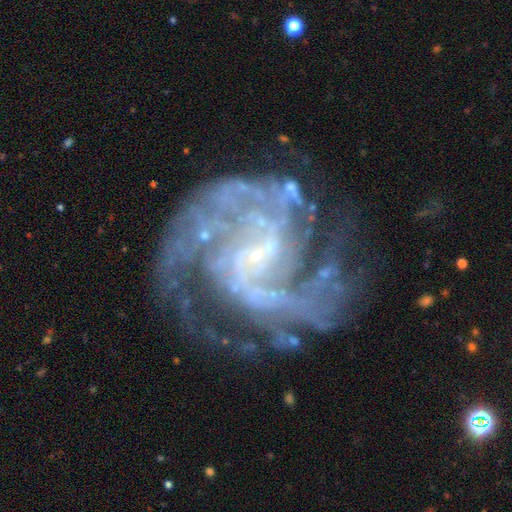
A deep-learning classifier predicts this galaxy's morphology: featured or disk 90%, star or artifact 7%, smooth 4%. Down the decision tree: edge-on disk — no (98%); bar — weak (45%); spiral arms — yes (97%); spiral arm count — 2 (43%); spiral winding — medium (50%); bulge size — small (76%); merging — none (64%).